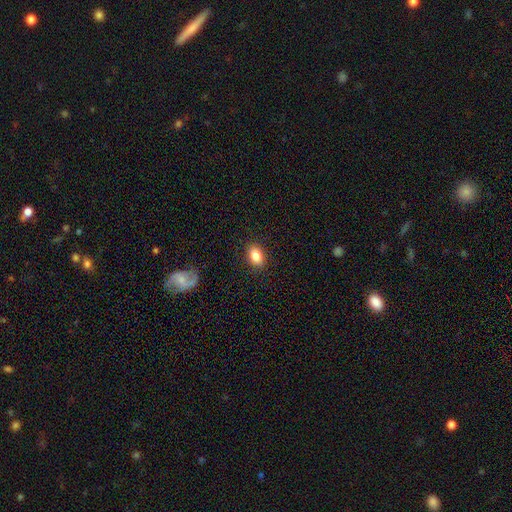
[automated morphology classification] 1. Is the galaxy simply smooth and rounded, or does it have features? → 84% smooth, 9% star or artifact, 7% featured or disk.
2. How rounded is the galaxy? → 82% in between, 16% round, 2% cigar-shaped.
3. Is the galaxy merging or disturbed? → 88% none, 8% minor disturbance, 2% major disturbance, 1% merger.